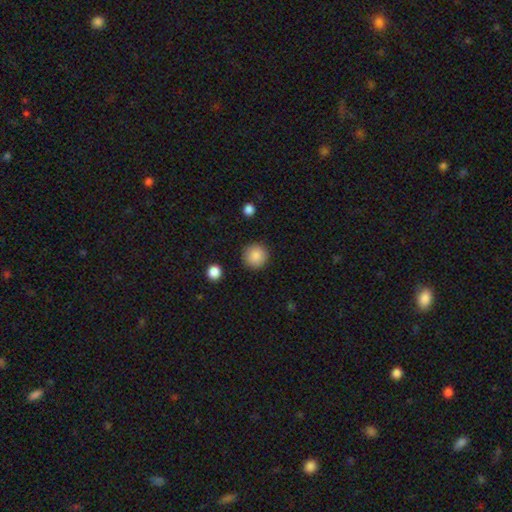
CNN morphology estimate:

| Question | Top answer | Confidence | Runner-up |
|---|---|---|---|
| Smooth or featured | smooth | 88% | star or artifact (8%) |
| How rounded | round | 95% | in between (4%) |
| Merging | none | 91% | minor disturbance (6%) |